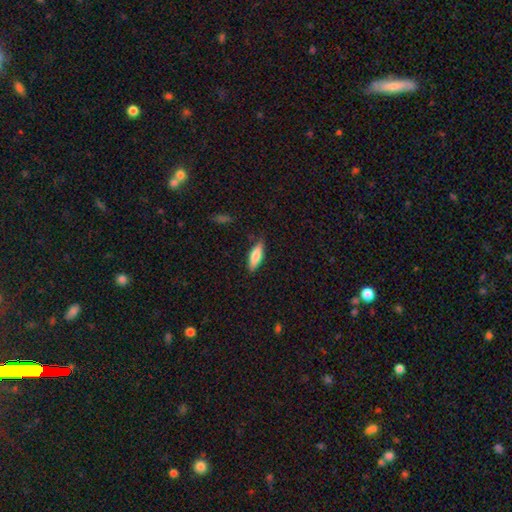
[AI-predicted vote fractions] Smooth or featured? smooth (74%)
How rounded? in between (52%)
Merging? none (82%)